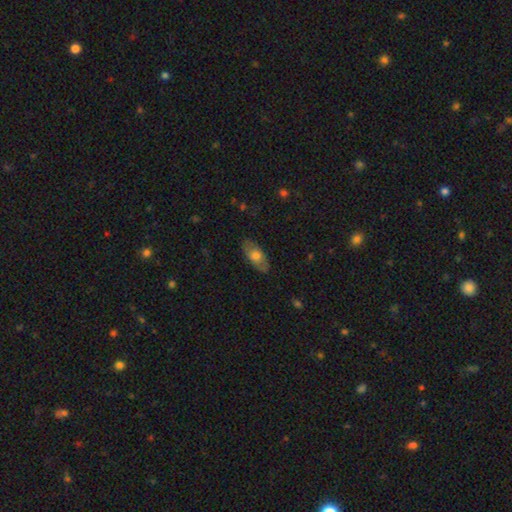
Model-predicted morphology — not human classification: type=smooth (66%); roundness=in between (88%); merging=none (82%).